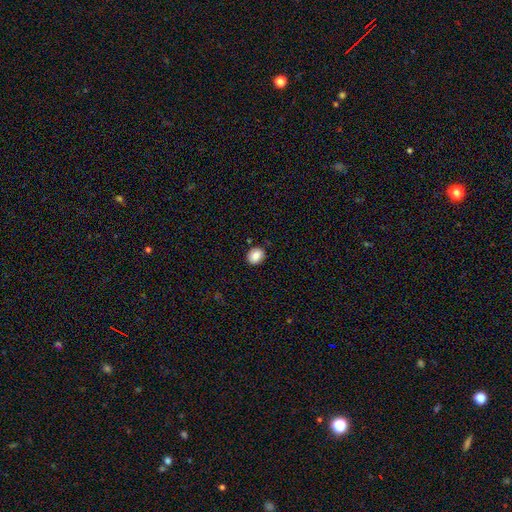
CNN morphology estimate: This is clearly a smooth galaxy (85%). How rounded: possibly round (60%). Merging: clearly none (88%).